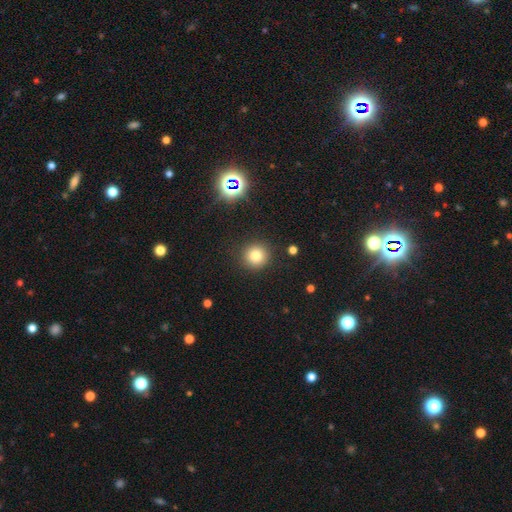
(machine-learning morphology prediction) A smooth galaxy with no disk features (78%) that is round (93%). Merging: none (89%).